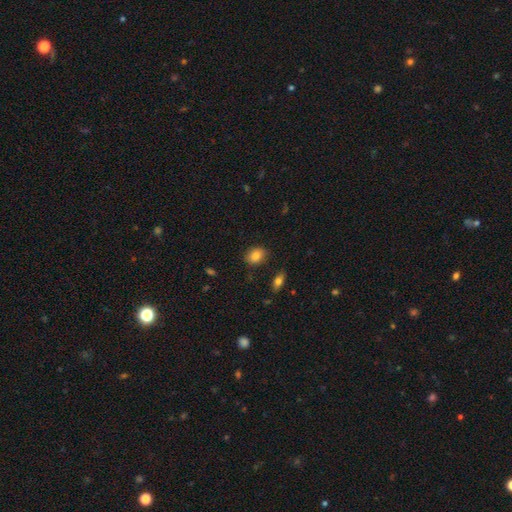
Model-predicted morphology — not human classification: This appears to be a smooth galaxy with no disk features (84%) that is in between round and cigar-shaped (64%). Merging: none (84%).